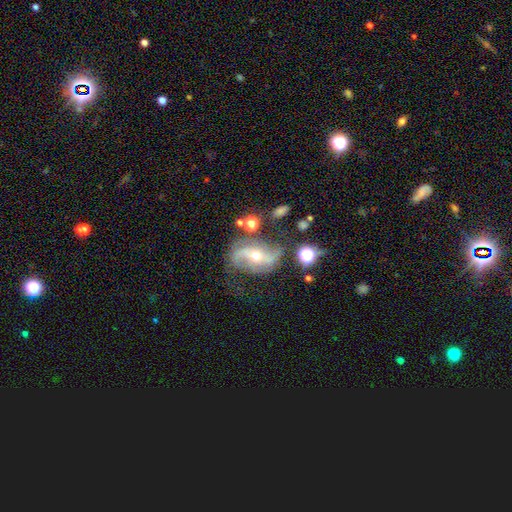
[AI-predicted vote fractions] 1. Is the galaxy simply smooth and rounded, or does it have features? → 84% featured or disk, 8% star or artifact, 8% smooth.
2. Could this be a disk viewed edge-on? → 96% no, 4% yes.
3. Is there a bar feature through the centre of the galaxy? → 36% strong, 34% no, 30% weak.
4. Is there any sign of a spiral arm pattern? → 94% yes, 6% no.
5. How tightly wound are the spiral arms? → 58% loose, 31% medium, 11% tight.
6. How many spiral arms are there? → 86% 2, 5% can't tell, 3% 3, 3% 1, 1% 4, 1% more than 4.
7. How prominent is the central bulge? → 48% moderate (tied), 48% small (tied), 2% large, 1% dominant, 1% none.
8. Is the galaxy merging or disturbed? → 59% none, 20% minor disturbance, 16% major disturbance, 5% merger.